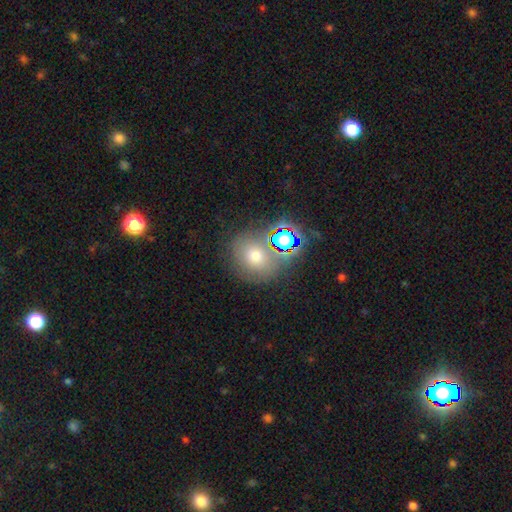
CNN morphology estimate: Smooth or featured? Predicted: smooth (p=0.62). How rounded? Predicted: round (p=0.68). Merging? Predicted: none (p=0.67).